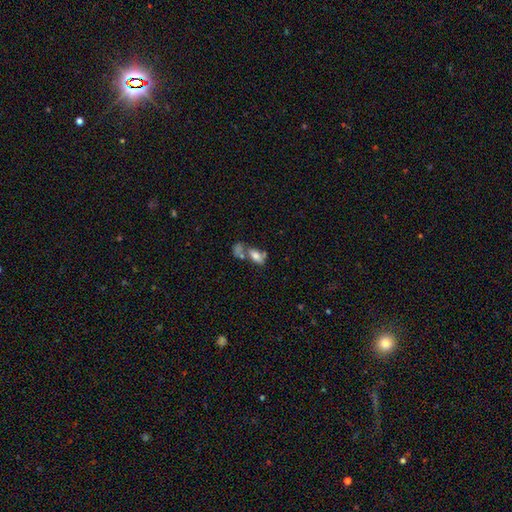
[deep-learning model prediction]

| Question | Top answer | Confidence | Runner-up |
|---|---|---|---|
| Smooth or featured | smooth | 67% | featured or disk (22%) |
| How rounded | in between | 87% | cigar-shaped (6%) |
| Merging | merger | 49% | none (27%) |